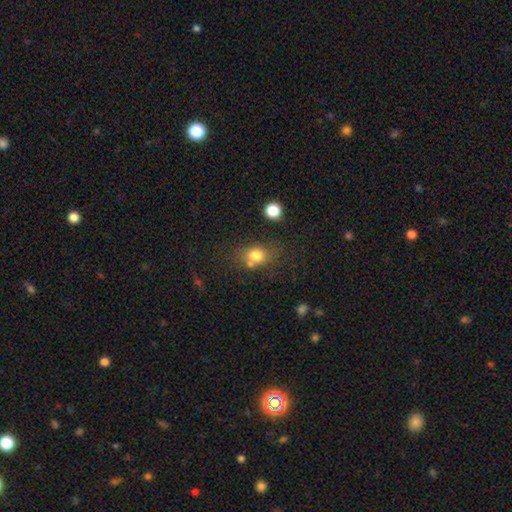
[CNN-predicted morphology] type=smooth (77%); roundness=round (50%); merging=none (56%).